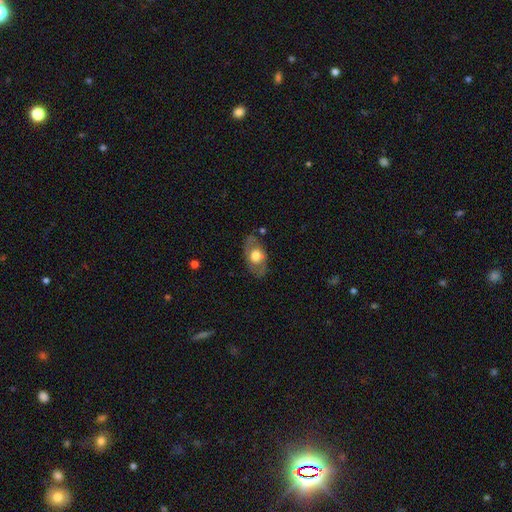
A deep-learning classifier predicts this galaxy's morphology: Smooth or featured? Predicted: smooth (p=0.47, tied with featured or disk). Merging? Predicted: none (p=0.74).